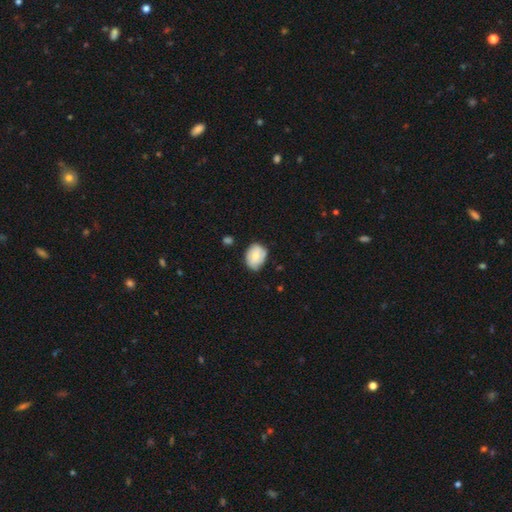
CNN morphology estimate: Smooth or featured?
  - smooth: 66% *
  - featured or disk: 27%
  - star or artifact: 7%
How rounded?
  - in between: 56% *
  - round: 43%
  - cigar-shaped: 1%
Merging?
  - none: 64% *
  - minor disturbance: 29%
  - major disturbance: 5%
  - merger: 2%